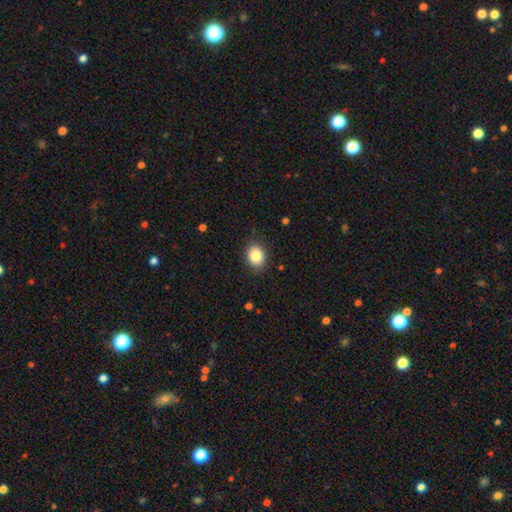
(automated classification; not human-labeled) smooth_or_featured: smooth (p=0.85) [alt: star or artifact p=0.09]
how_rounded: in between (p=0.54) [alt: round p=0.45]
merging: none (p=0.87) [alt: minor disturbance p=0.10]